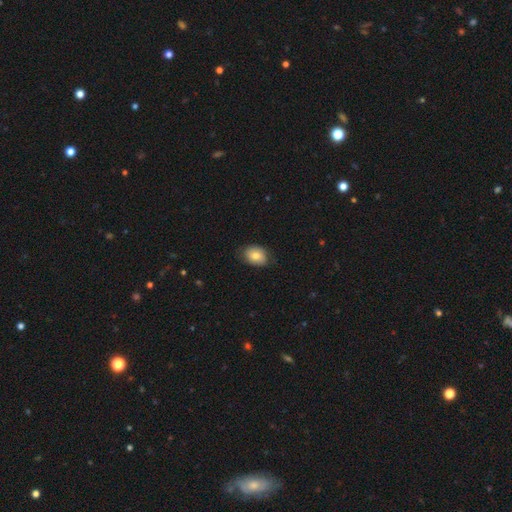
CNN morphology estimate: smooth-or-featured: smooth: 78% | featured or disk: 14% | star or artifact: 8%
  how-rounded: in between: 73% | round: 26% | cigar-shaped: 1%
  merging: none: 78% | minor disturbance: 18% | major disturbance: 3% | merger: 1%